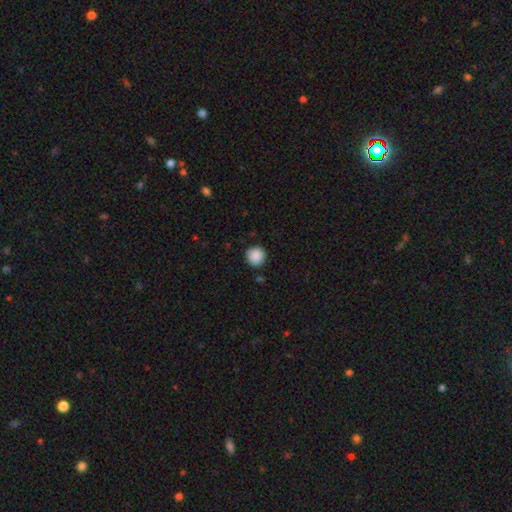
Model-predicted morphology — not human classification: Smooth or featured?
  - smooth: 89% *
  - star or artifact: 8%
  - featured or disk: 3%
How rounded?
  - round: 93% *
  - in between: 6%
  - cigar-shaped: 1%
Merging?
  - none: 87% *
  - minor disturbance: 9%
  - major disturbance: 2%
  - merger: 2%